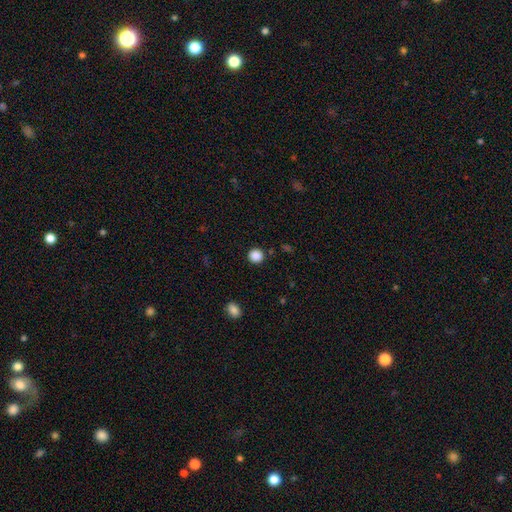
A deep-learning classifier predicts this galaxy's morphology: The model was most divided on "smooth or featured": smooth: 87%, star or artifact: 10%, featured or disk: 2%. More confident: how rounded — round (92%); merging — none (90%).